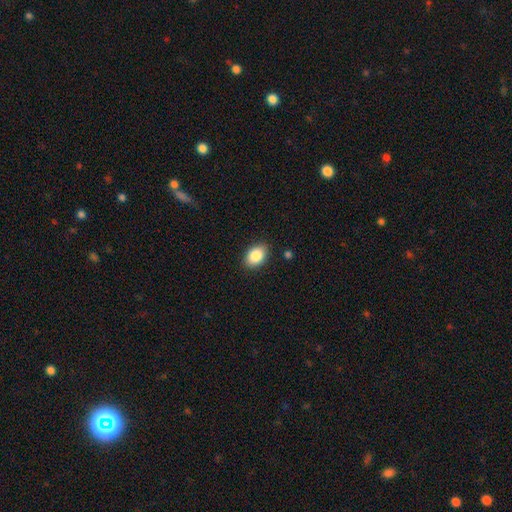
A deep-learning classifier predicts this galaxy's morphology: Smooth or featured? smooth (86%)
How rounded? in between (82%)
Merging? none (87%)